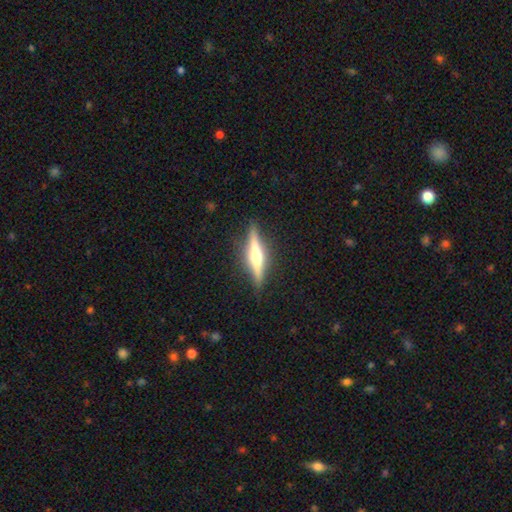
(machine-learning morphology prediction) type=featured or disk (72%); edge-on=yes (97%); edge-on bulge=rounded (91%); merging=none (89%).